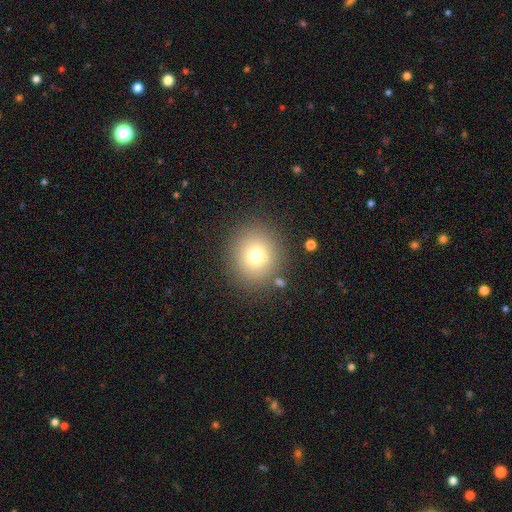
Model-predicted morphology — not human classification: A smooth galaxy with no disk features (71%) that is round (88%).

Vote fractions:
- Smooth or featured? smooth: 71% / star or artifact: 16% / featured or disk: 13%
- How rounded? round: 88% / in between: 11% / cigar-shaped: 1%
- Merging? none: 83% / minor disturbance: 9% / merger: 5% / major disturbance: 4%